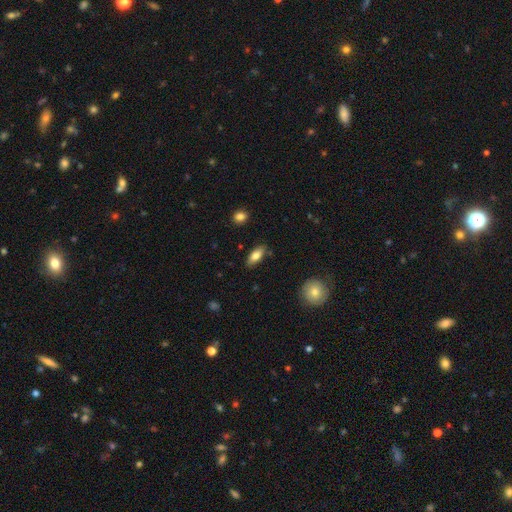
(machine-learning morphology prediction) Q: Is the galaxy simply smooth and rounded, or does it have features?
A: smooth — 80%.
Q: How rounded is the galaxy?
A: in between — 83%.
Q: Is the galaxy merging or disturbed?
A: none — 83%.